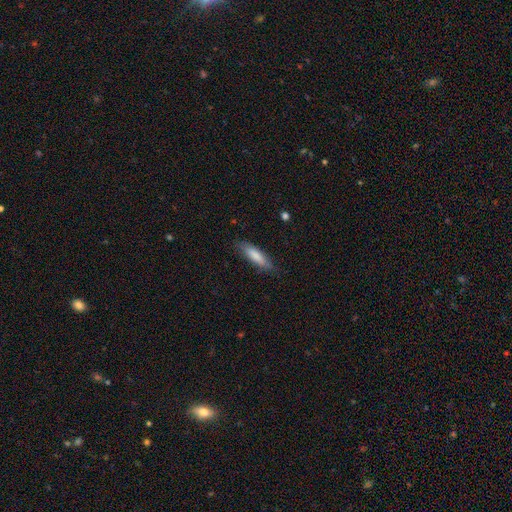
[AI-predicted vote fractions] Smooth or featured? smooth (81%)
How rounded? cigar-shaped (64%)
Merging? none (80%)